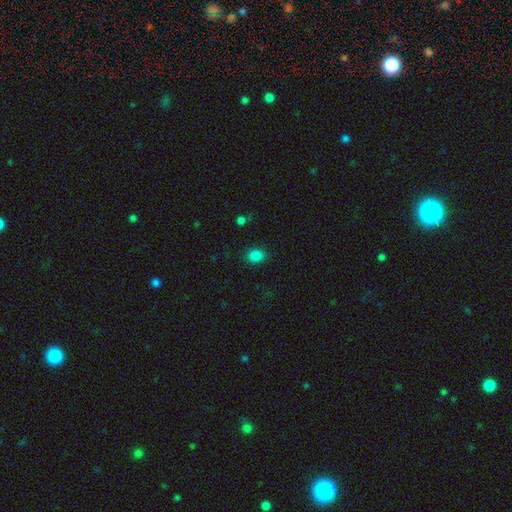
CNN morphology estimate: Q: Smooth or featured?
A: smooth (84%); runner-up: star or artifact (12%)
Q: How rounded?
A: in between (55%); runner-up: round (44%)
Q: Merging?
A: none (85%); runner-up: minor disturbance (10%)